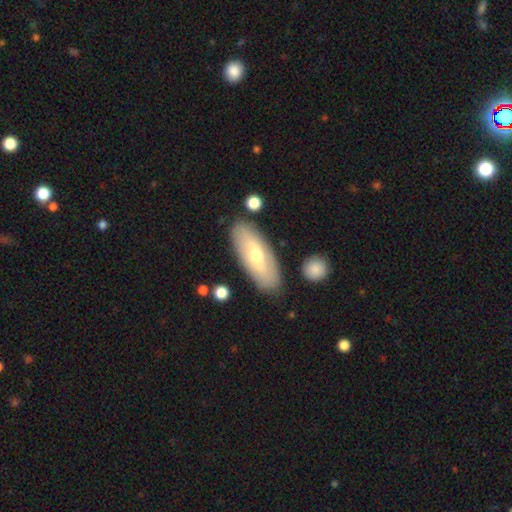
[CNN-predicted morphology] This is possibly a smooth galaxy (53%). How rounded: likely in between (76%). Merging: clearly none (84%).